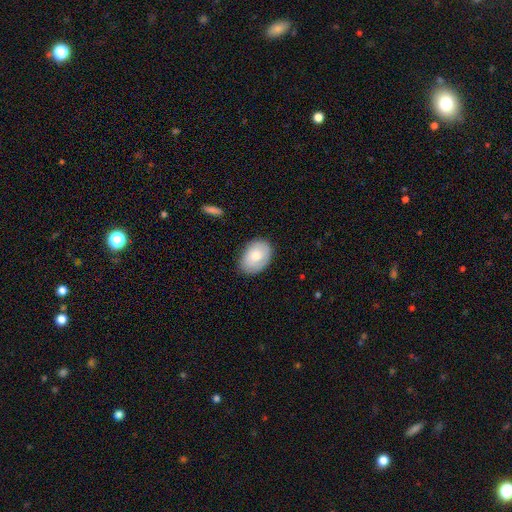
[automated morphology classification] smooth-or-featured: smooth: 76% | featured or disk: 18% | star or artifact: 6%
  how-rounded: in between: 83% | round: 16% | cigar-shaped: 1%
  merging: none: 81% | minor disturbance: 15% | major disturbance: 3% | merger: 1%